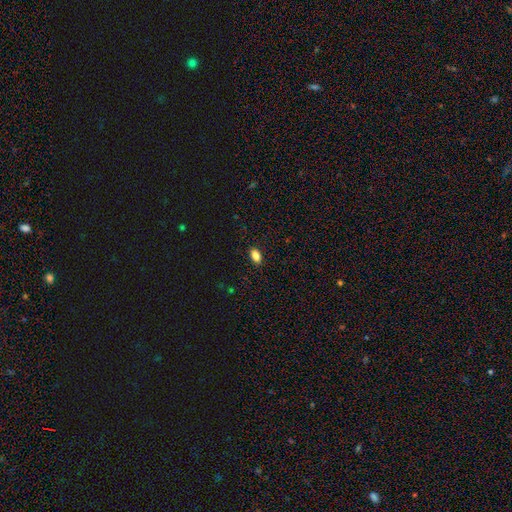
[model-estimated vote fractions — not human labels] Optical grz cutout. It shows a smooth galaxy with no disk features (85%) that is in between round and cigar-shaped (88%). Merging: none (89%).